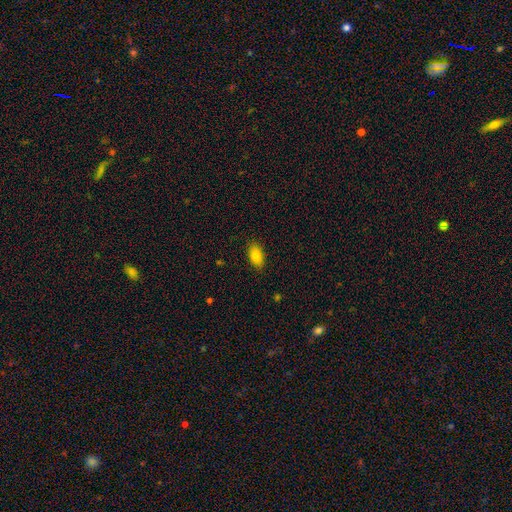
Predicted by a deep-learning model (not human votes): Smooth or featured? smooth (83%)
How rounded? in between (91%)
Merging? none (87%)